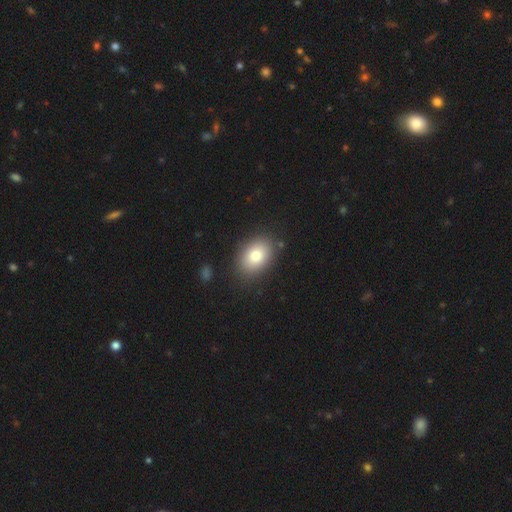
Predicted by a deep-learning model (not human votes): Smooth or featured? smooth (80%)
How rounded? in between (79%)
Merging? none (85%)